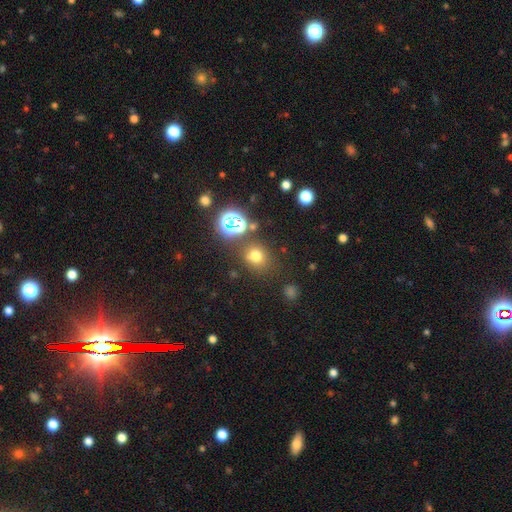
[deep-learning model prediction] Smooth or featured? smooth (67%)
How rounded? round (76%)
Merging? none (75%)